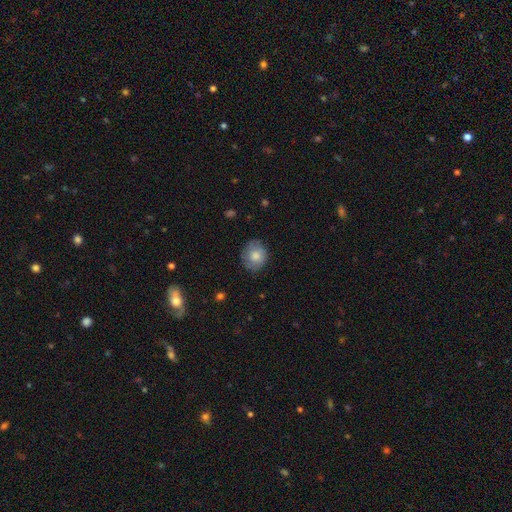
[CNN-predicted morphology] Smooth or featured? Predicted: smooth (p=0.75). How rounded? Predicted: round (p=0.78). Merging? Predicted: none (p=0.77).